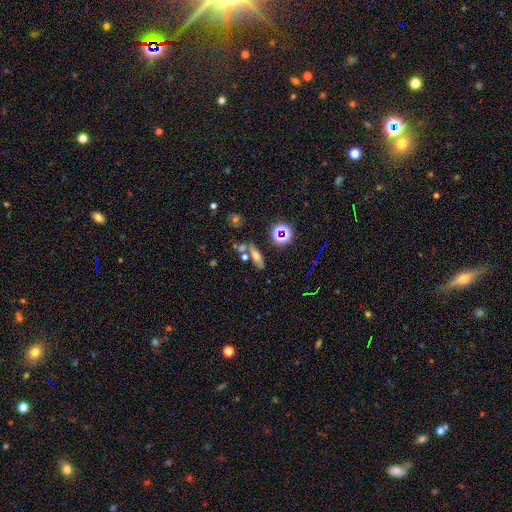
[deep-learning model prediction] Morphology: type=smooth (45%); merging=none (63%).